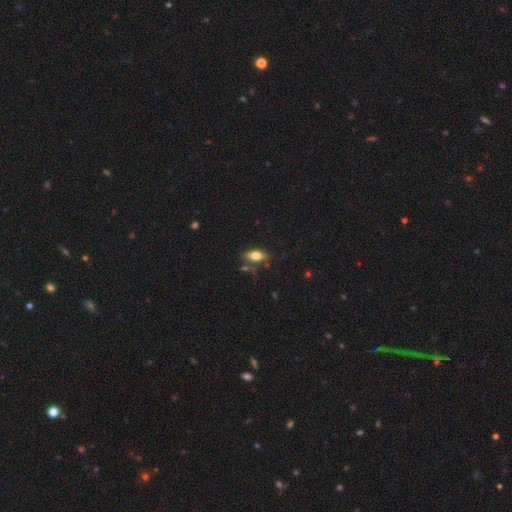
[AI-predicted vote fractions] smooth 64%, featured or disk 27%, star or artifact 9%. Down the decision tree: how rounded — in between (77%); merging — none (70%).